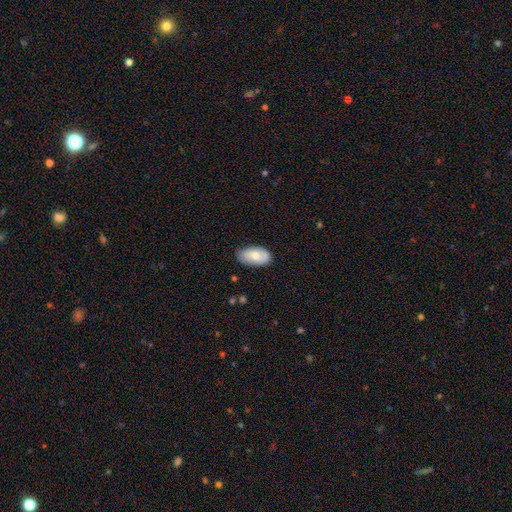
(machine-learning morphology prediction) type=smooth (72%); roundness=in between (95%); merging=none (76%).